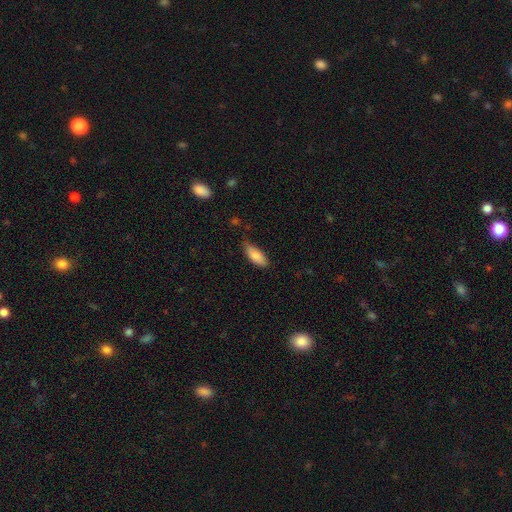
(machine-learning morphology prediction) A smooth galaxy with no disk features (83%) that is in between round and cigar-shaped (78%). Merging: none (70%).